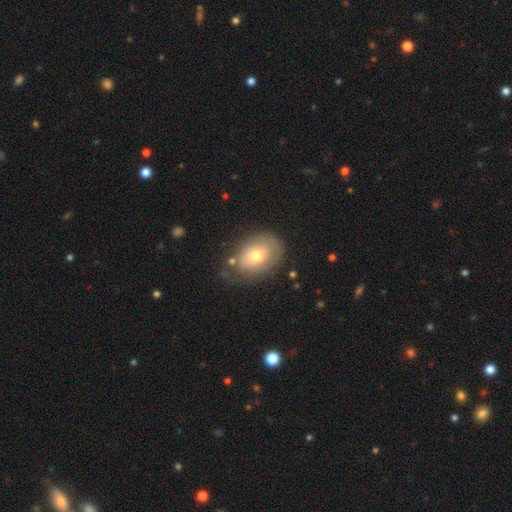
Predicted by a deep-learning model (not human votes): Smooth or featured? smooth (62%)
How rounded? in between (76%)
Merging? none (61%)